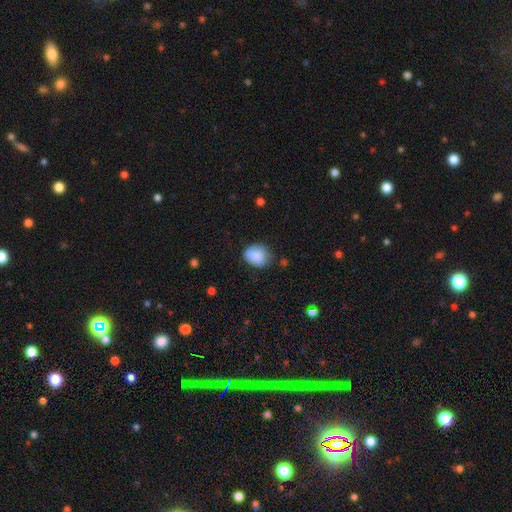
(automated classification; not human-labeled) Morphology: type=smooth (83%); roundness=round (54%); merging=none (63%).